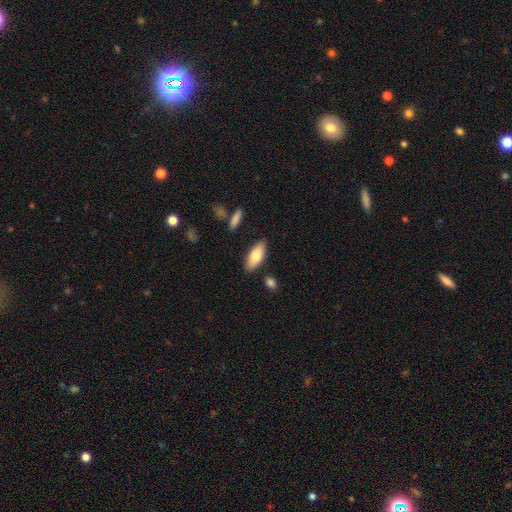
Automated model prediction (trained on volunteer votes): This appears to be a smooth galaxy with no disk features (78%) that is in between round and cigar-shaped (85%). Merging: none (84%).